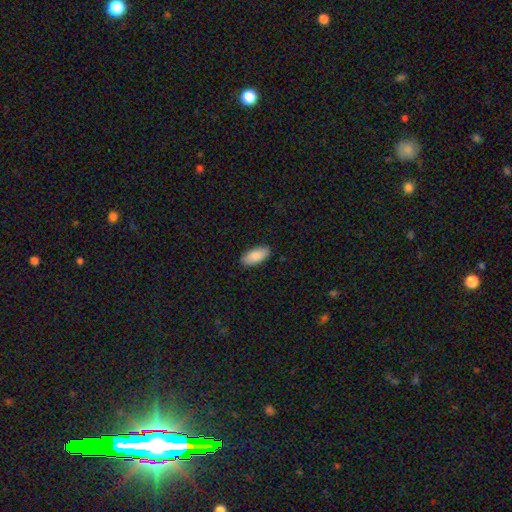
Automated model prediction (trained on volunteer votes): Smooth or featured: smooth — 89% (star or artifact — 5%)
How rounded: in between — 90% (cigar-shaped — 9%)
Merging: none — 88% (minor disturbance — 9%)